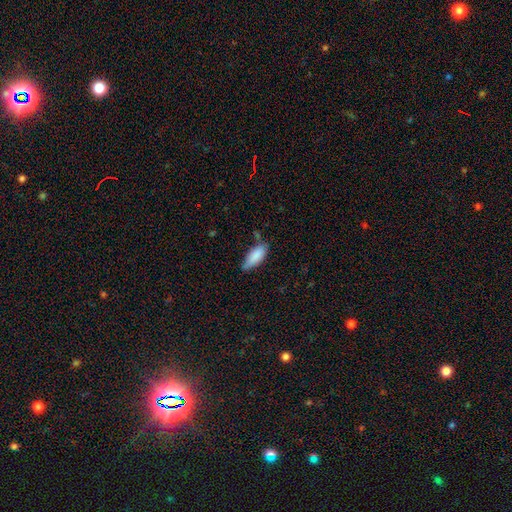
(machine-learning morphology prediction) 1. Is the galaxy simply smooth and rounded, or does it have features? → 85% smooth, 8% featured or disk, 6% star or artifact.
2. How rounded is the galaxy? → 75% in between, 23% cigar-shaped, 2% round.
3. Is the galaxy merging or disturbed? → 55% none, 35% minor disturbance, 6% major disturbance, 4% merger.